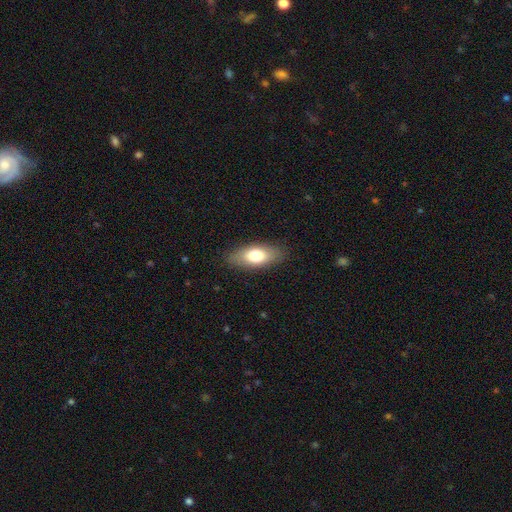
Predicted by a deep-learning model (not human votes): This appears to be a smooth galaxy with no disk features (74%) that is in between round and cigar-shaped (84%). Merging: none (85%).